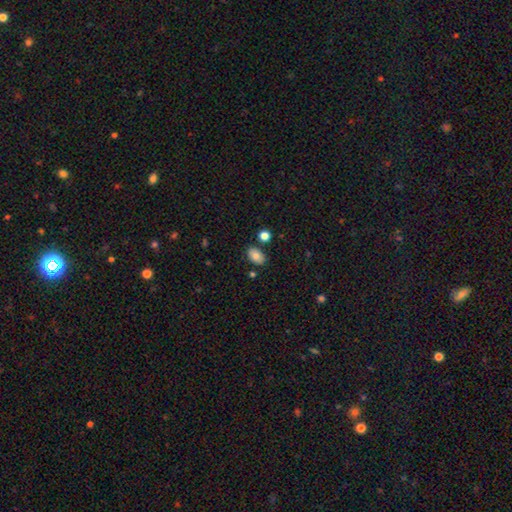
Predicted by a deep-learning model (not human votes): smooth-or-featured: smooth: 78% | featured or disk: 13% | star or artifact: 9%
  how-rounded: in between: 86% | round: 13% | cigar-shaped: 1%
  merging: none: 80% | minor disturbance: 12% | merger: 6% | major disturbance: 3%